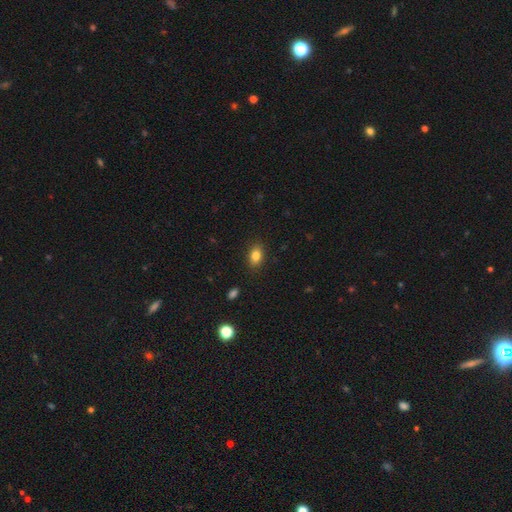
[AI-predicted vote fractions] This is clearly a smooth galaxy (84%). How rounded: clearly in between (82%). Merging: clearly none (87%).